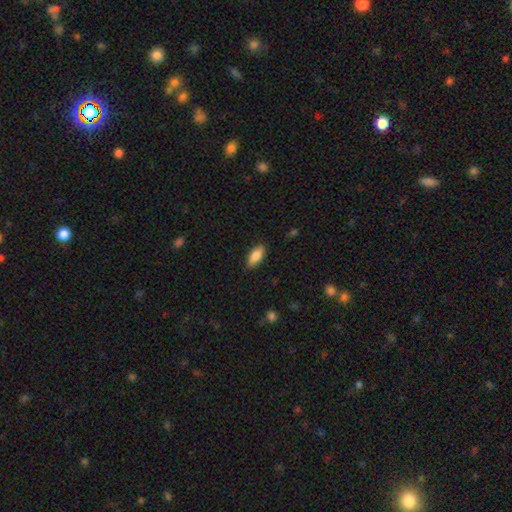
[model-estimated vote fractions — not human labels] A smooth galaxy with no disk features (87%) that is in between round and cigar-shaped (89%). Merging: none (84%).